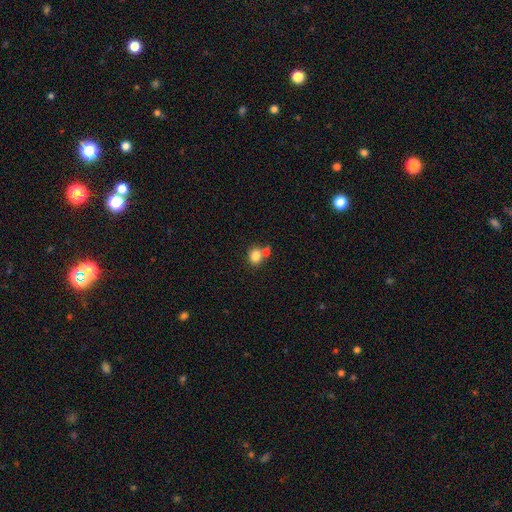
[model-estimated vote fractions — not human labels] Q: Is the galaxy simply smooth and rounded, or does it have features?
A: smooth — 83%.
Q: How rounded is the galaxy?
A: round — 73%.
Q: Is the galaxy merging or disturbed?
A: none — 51%.